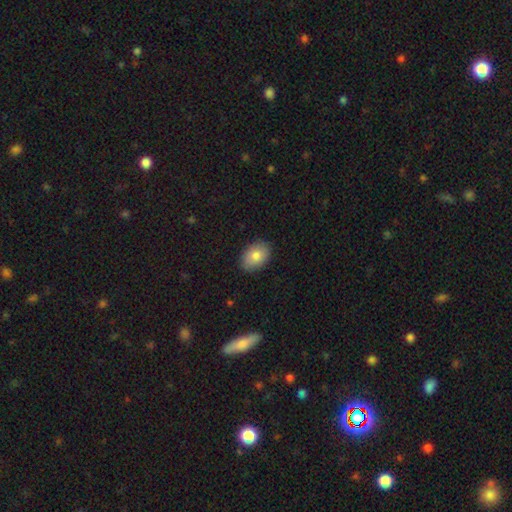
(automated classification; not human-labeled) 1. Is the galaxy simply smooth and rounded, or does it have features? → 80% smooth, 13% featured or disk, 7% star or artifact.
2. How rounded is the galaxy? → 83% in between, 16% round, 1% cigar-shaped.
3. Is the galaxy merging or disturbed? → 87% none, 10% minor disturbance, 2% major disturbance, 1% merger.